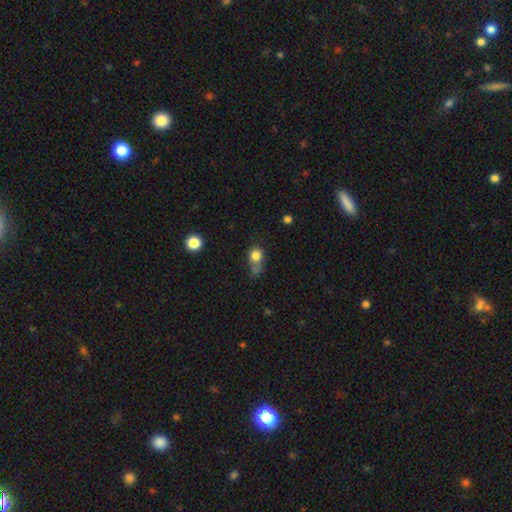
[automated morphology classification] type=smooth (79%); roundness=round (76%); merging=none (40%).